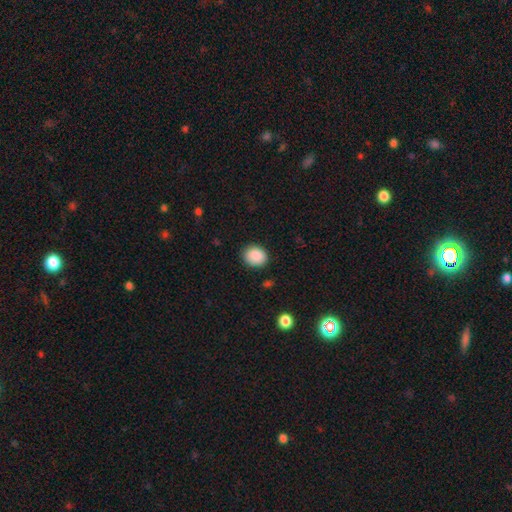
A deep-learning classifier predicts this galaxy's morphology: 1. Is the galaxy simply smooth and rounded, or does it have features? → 89% smooth, 8% star or artifact, 4% featured or disk.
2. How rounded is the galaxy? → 62% round, 37% in between, 1% cigar-shaped.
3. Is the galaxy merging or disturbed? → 87% none, 10% minor disturbance, 2% major disturbance, 1% merger.